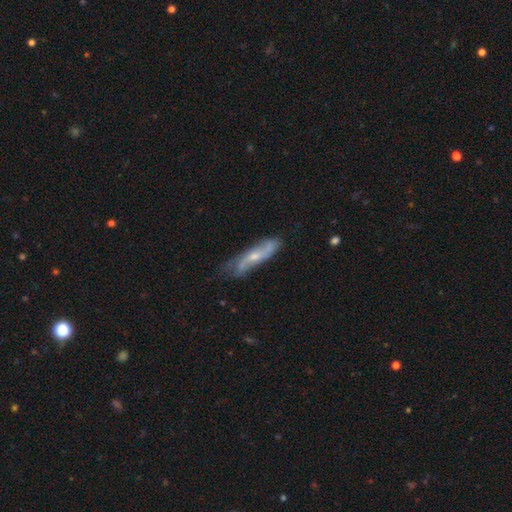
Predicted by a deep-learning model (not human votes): A featured or disk galaxy (67%).

Vote fractions:
- Smooth or featured? featured or disk: 67% / smooth: 27% / star or artifact: 7%
- Edge-on disk? no: 63% / yes: 37%
- Merging? none: 67% / minor disturbance: 25% / major disturbance: 6% / merger: 2%